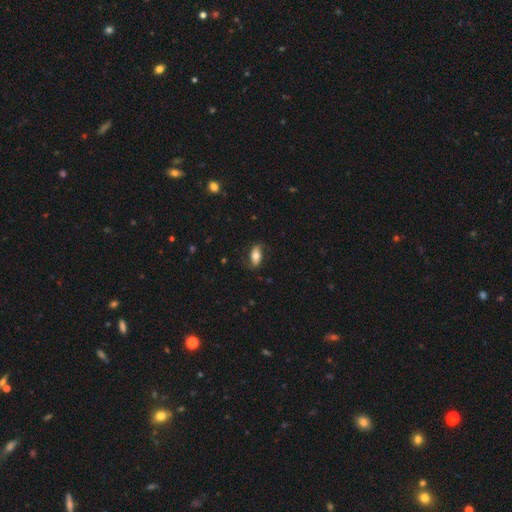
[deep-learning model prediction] smooth 51%, featured or disk 42%, star or artifact 7%. Down the decision tree: how rounded — in between (85%); merging — none (74%).